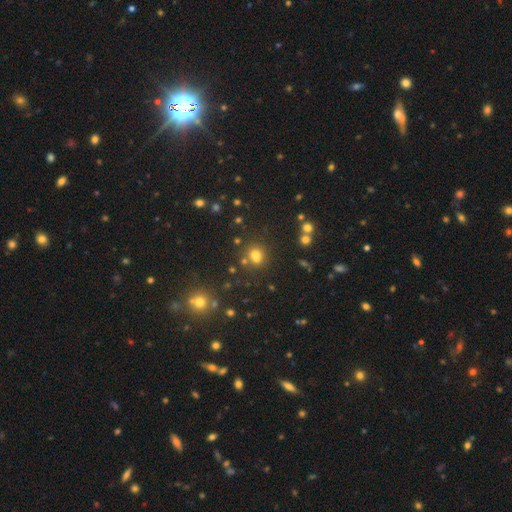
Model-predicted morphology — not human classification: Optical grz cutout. It shows a smooth galaxy with no disk features (72%) that is round (64%). Merging: none (67%).